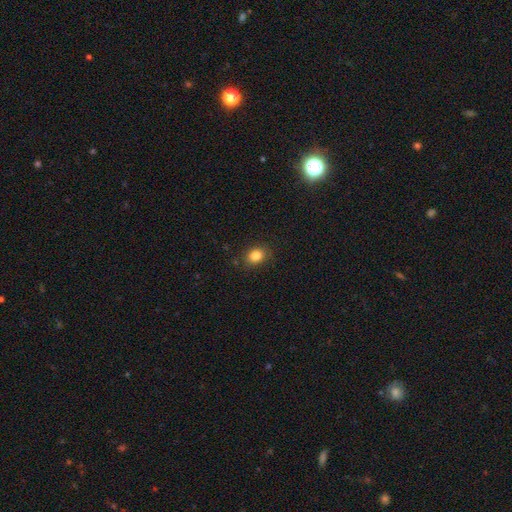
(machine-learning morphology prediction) A smooth galaxy with no disk features (83%) that is round (52%). Merging: none (85%).